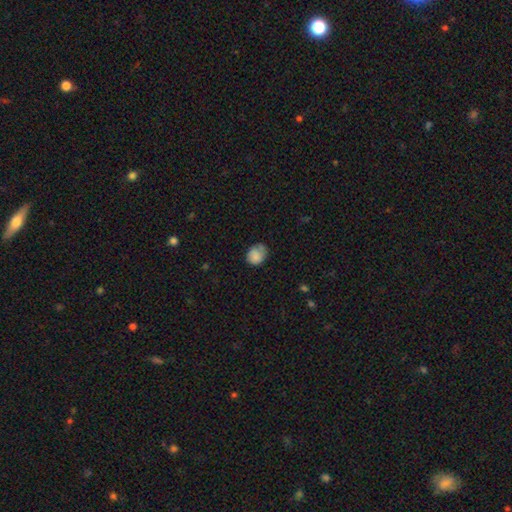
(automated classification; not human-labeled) Smooth or featured? Predicted: smooth (p=0.80). How rounded? Predicted: round (p=0.60). Merging? Predicted: none (p=0.51).